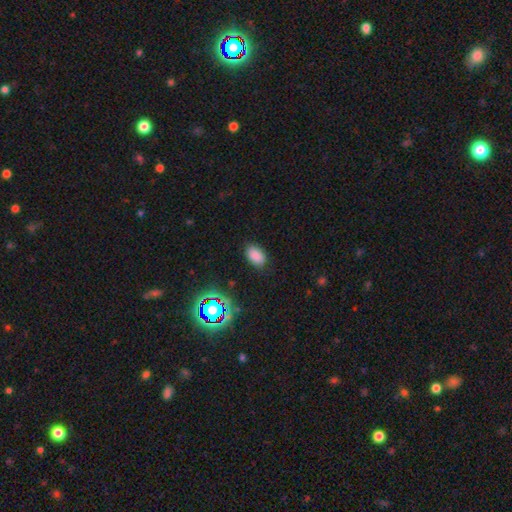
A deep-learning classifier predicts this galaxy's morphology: smooth_or_featured: smooth (p=0.81) [alt: star or artifact p=0.14]
how_rounded: in between (p=0.90) [alt: round p=0.08]
merging: none (p=0.84) [alt: minor disturbance p=0.12]